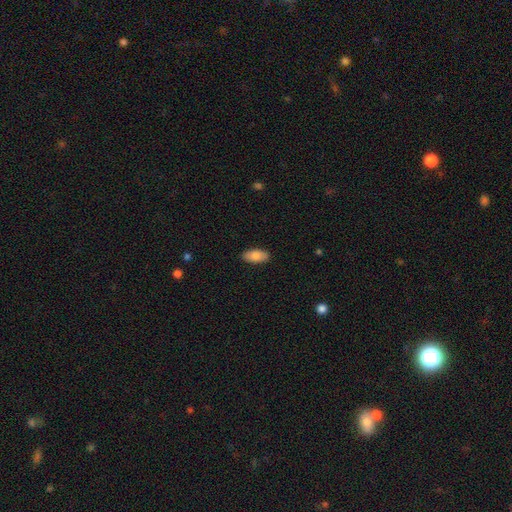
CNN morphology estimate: The model was most divided on "smooth or featured": smooth: 81%, featured or disk: 13%, star or artifact: 6%. More confident: how rounded — in between (91%); merging — none (89%).